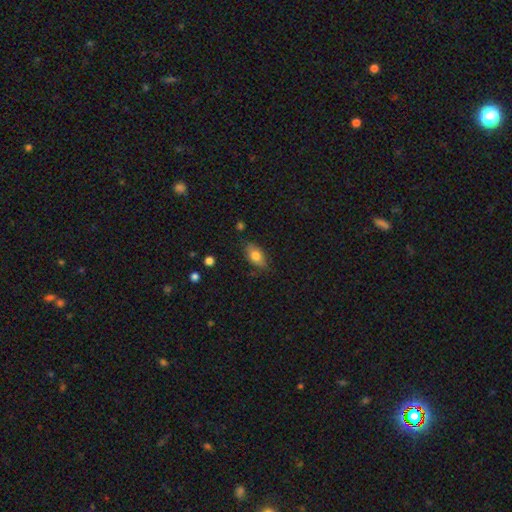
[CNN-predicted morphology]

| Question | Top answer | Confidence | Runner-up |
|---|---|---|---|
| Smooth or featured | smooth | 76% | featured or disk (17%) |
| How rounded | in between | 88% | round (6%) |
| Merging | none | 78% | minor disturbance (17%) |